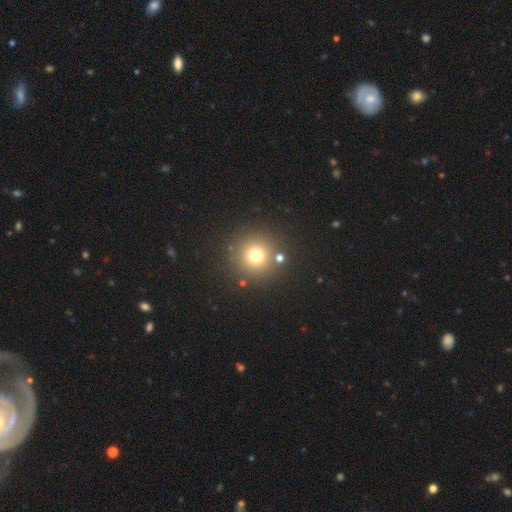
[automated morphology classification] Q: Smooth or featured?
A: smooth (72%); runner-up: star or artifact (19%)
Q: How rounded?
A: round (95%); runner-up: in between (4%)
Q: Merging?
A: none (85%); runner-up: minor disturbance (6%)